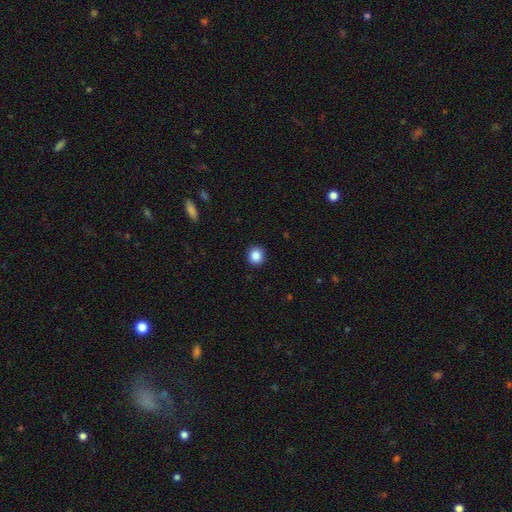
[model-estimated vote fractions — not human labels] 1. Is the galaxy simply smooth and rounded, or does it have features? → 87% smooth, 10% star or artifact, 3% featured or disk.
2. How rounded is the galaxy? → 91% round, 8% in between, 1% cigar-shaped.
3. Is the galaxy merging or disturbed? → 92% none, 5% minor disturbance, 2% major disturbance, 1% merger.